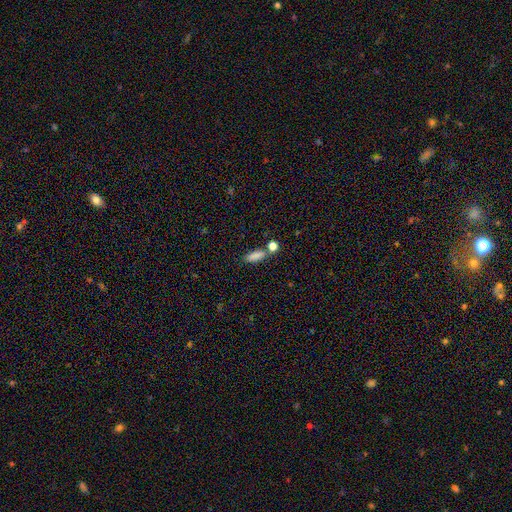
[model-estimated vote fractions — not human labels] Smooth or featured?
  - smooth: 85% *
  - star or artifact: 9%
  - featured or disk: 6%
How rounded?
  - in between: 68% *
  - cigar-shaped: 27%
  - round: 5%
Merging?
  - none: 66% *
  - merger: 17%
  - minor disturbance: 13%
  - major disturbance: 4%